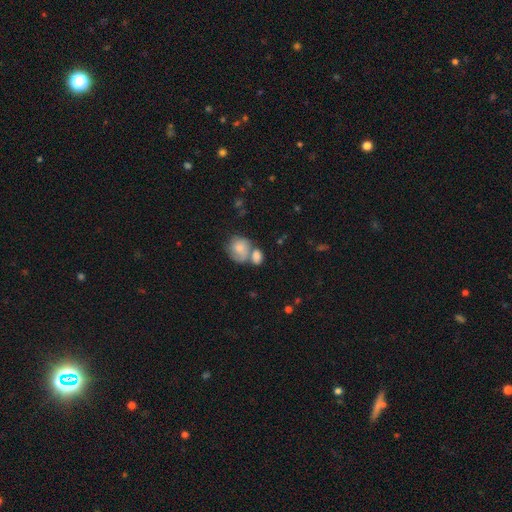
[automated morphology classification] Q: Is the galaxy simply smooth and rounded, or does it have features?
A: smooth — 50%.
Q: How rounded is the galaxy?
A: round — 71%.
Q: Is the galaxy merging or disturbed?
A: none — 54%.